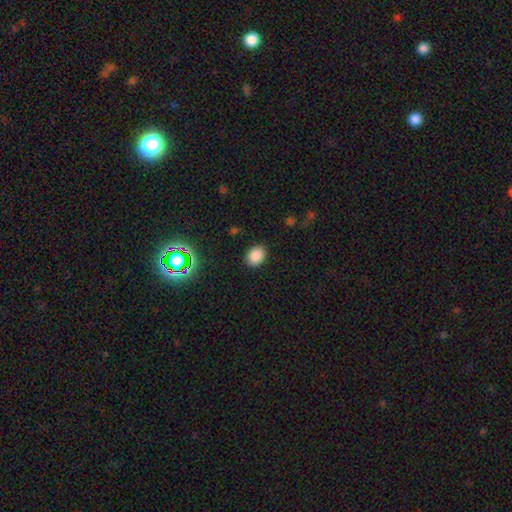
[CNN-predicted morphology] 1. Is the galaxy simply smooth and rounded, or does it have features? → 84% smooth, 12% star or artifact, 4% featured or disk.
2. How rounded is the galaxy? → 66% in between, 33% round, 1% cigar-shaped.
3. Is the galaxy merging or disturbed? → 88% none, 8% minor disturbance, 3% major disturbance, 1% merger.